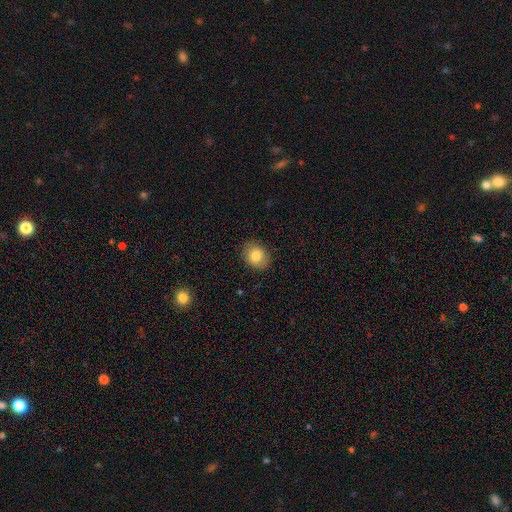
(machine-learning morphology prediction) smooth_or_featured: smooth (p=0.82) [alt: star or artifact p=0.09]
how_rounded: round (p=0.54) [alt: in between p=0.45]
merging: none (p=0.86) [alt: minor disturbance p=0.10]